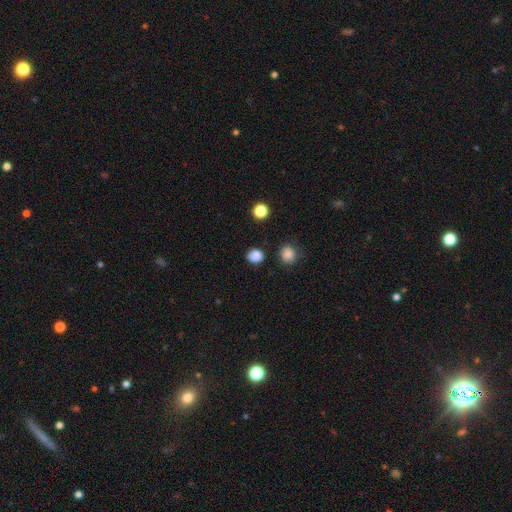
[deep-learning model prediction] Overall: smooth (84%). How rounded: round (74%). Merging: none (83%).